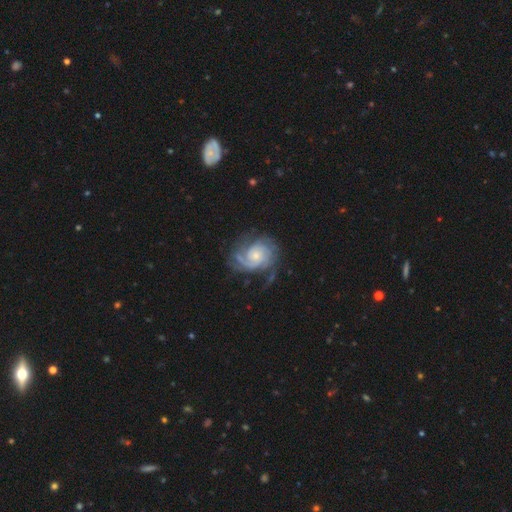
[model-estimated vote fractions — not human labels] smooth-or-featured: featured or disk: 87% | smooth: 8% | star or artifact: 5%
  disk-edge-on: no: 98% | yes: 2%
    bar: no: 73% | weak: 23% | strong: 4%
    has-spiral-arms: yes: 97% | no: 3%
      spiral-winding: tight: 55% | medium: 34% | loose: 11%
      spiral-arm-count: 2: 35% | 3: 23% | can't tell: 22% | 1: 8% | 4: 8% | more than 4: 6%
    bulge-size: small: 64% | moderate: 29% | none: 3% | large: 3% | dominant: 1%
  merging: none: 60% | minor disturbance: 20% | major disturbance: 17% | merger: 2%